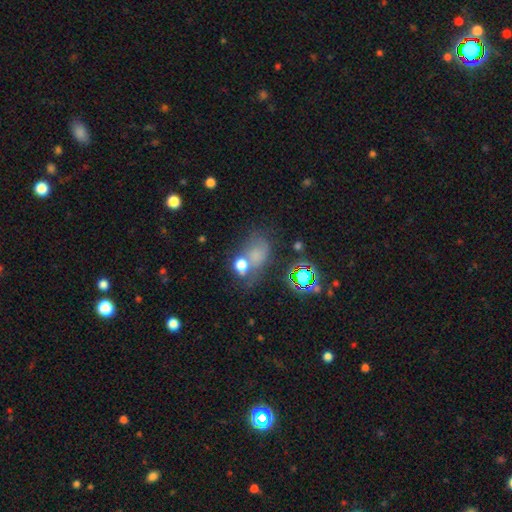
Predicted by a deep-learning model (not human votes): Smooth or featured? smooth (54%)
How rounded? in between (63%)
Merging? none (42%)